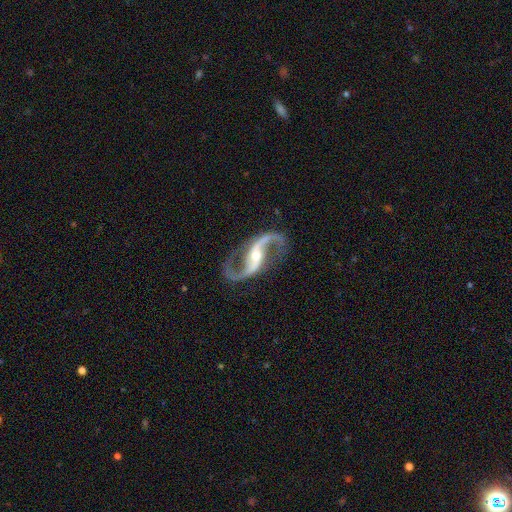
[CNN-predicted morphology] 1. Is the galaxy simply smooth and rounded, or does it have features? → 94% featured or disk, 4% star or artifact, 2% smooth.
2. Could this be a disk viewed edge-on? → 98% no, 2% yes.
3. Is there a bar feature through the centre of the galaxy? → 44% strong, 31% weak, 26% no.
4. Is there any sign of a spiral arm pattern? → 98% yes, 2% no.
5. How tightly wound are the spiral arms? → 60% loose, 33% medium, 7% tight.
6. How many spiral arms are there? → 95% 2, 1% 1, 1% can't tell, 1% 3, 1% 4, 1% more than 4.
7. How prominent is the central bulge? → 50% small, 46% moderate, 2% large, 1% none, 1% dominant.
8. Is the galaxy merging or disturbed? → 85% none, 9% minor disturbance, 5% major disturbance, 2% merger.